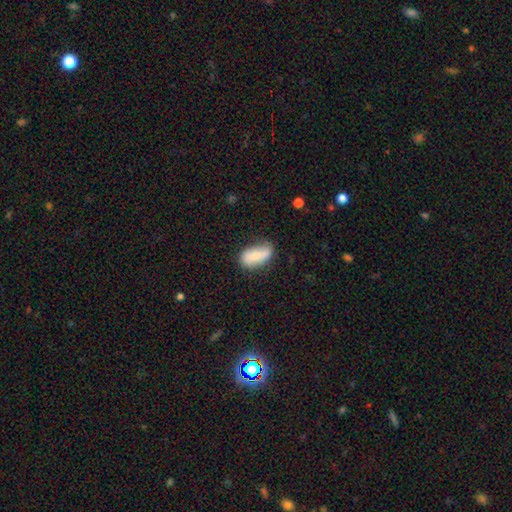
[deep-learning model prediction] Morphology: type=smooth (67%); roundness=in between (88%); merging=none (66%).